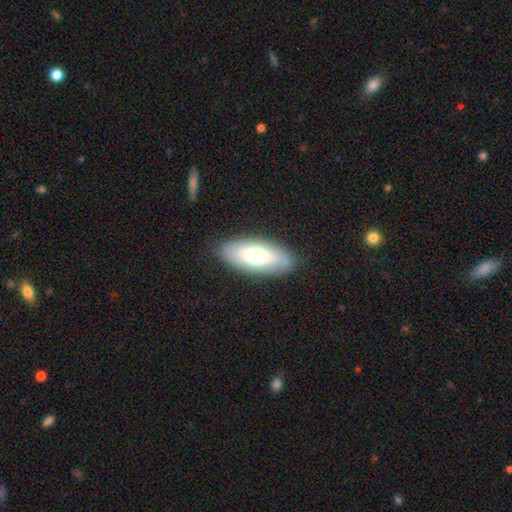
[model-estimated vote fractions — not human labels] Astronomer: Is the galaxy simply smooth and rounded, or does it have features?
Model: smooth — 64%.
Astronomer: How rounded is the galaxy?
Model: in between — 84%.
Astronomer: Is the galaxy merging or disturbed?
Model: none — 84%.